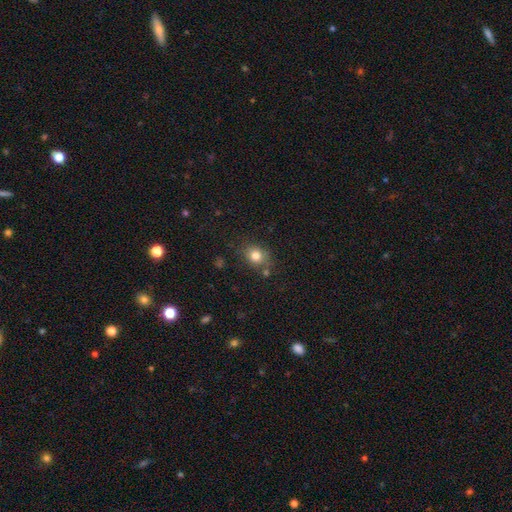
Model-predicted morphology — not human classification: Q: Smooth or featured?
A: smooth (80%); runner-up: star or artifact (12%)
Q: How rounded?
A: round (65%); runner-up: in between (34%)
Q: Merging?
A: none (74%); runner-up: minor disturbance (15%)